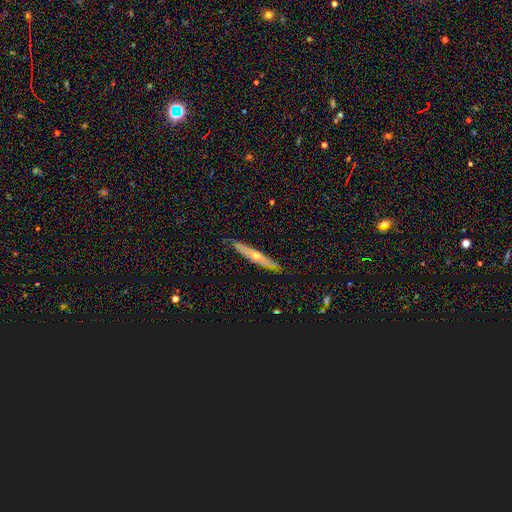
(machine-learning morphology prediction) smooth-or-featured: featured or disk: 63% | smooth: 30% | star or artifact: 7%
  disk-edge-on: yes: 88% | no: 12%
    edge-on-bulge: rounded: 79% | none: 18% | boxy: 2%
  merging: none: 87% | minor disturbance: 10% | major disturbance: 2% | merger: 1%